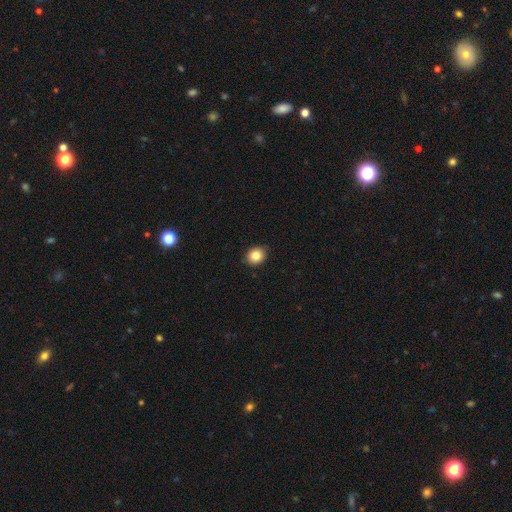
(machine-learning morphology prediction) This appears to be a smooth galaxy with no disk features (84%) that is round (70%). Merging: none (88%).